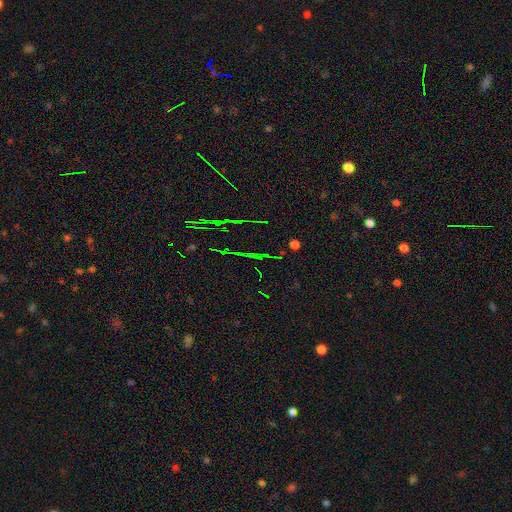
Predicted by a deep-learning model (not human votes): Smooth or featured?
  - star or artifact: 75% *
  - featured or disk: 13%
  - smooth: 12%